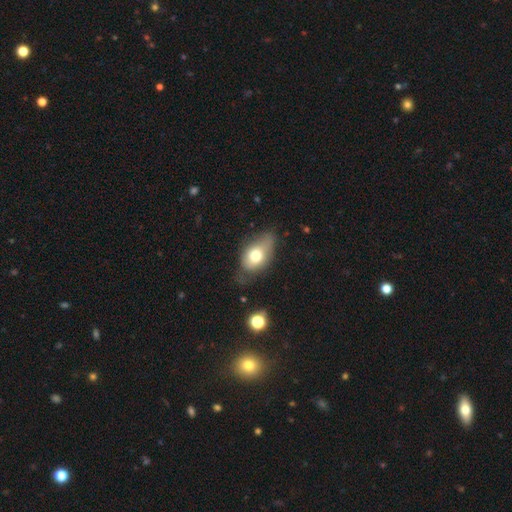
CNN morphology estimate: smooth-or-featured: smooth: 70% | featured or disk: 22% | star or artifact: 9%
  how-rounded: in between: 84% | round: 14% | cigar-shaped: 3%
  merging: none: 46% | minor disturbance: 36% | major disturbance: 15% | merger: 3%